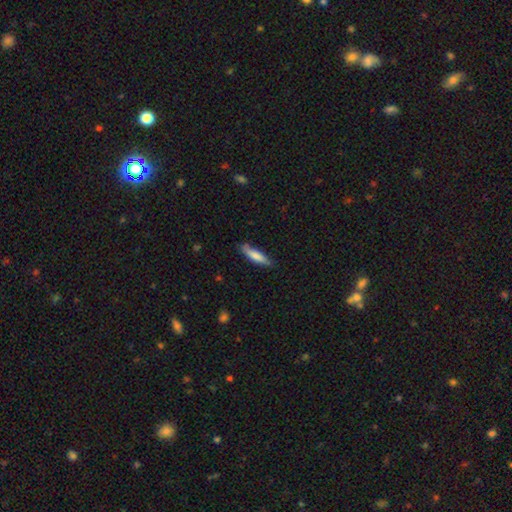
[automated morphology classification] Overall: smooth (75%). How rounded: cigar-shaped (78%). Merging: none (76%).